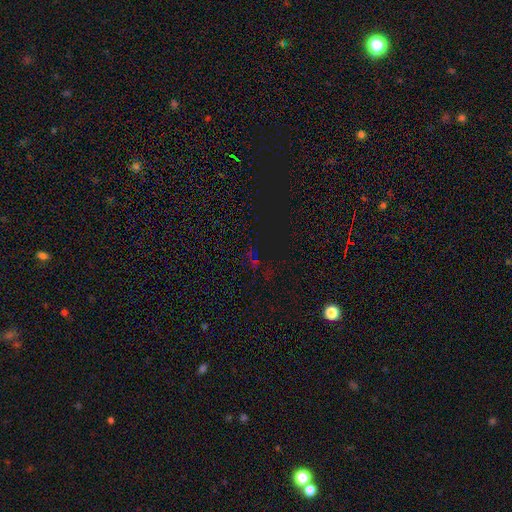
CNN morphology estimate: This is likely a star or artifact rather than a galaxy (69%).